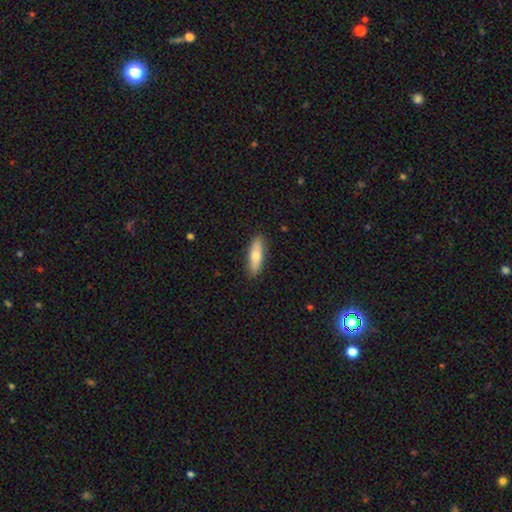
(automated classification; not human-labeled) Morphology: type=smooth (69%); roundness=cigar-shaped (58%); merging=none (89%).